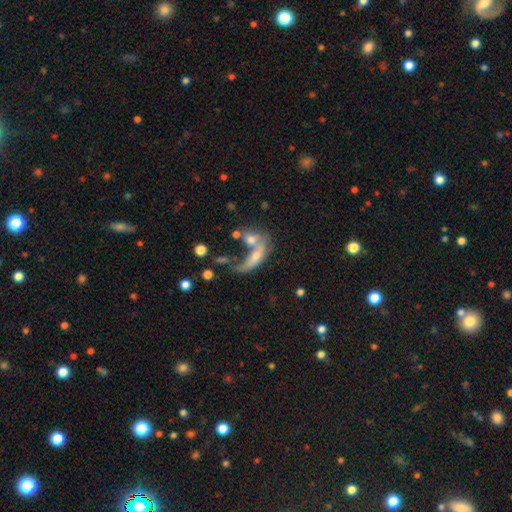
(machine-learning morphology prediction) The model was most divided on "smooth or featured": smooth: 46%, featured or disk: 43%, star or artifact: 11%. More confident: merging — merger (52%).